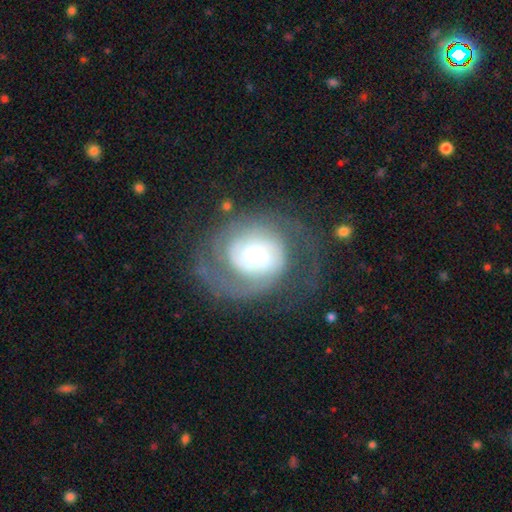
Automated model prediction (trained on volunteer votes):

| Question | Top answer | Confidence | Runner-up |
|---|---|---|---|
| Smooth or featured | featured or disk | 76% | smooth (17%) |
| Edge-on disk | no | 97% | yes (3%) |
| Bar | no | 61% | weak (30%) |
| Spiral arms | yes | 89% | no (11%) |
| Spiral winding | tight | 47% | medium (36%) |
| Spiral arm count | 2 | 53% | can't tell (21%) |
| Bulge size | moderate | 46% | small (39%) |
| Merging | none | 56% | major disturbance (26%) |